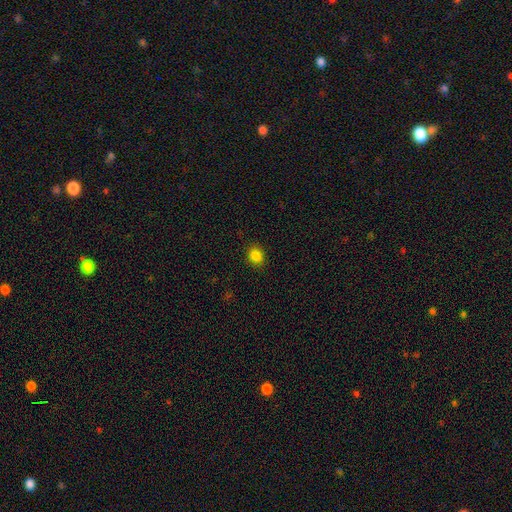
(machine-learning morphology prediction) A smooth galaxy with no disk features (84%) that is round (57%).

Vote fractions:
- Smooth or featured? smooth: 84% / star or artifact: 12% / featured or disk: 4%
- How rounded? round: 57% / in between: 42% / cigar-shaped: 1%
- Merging? none: 89% / minor disturbance: 8% / major disturbance: 2% / merger: 1%